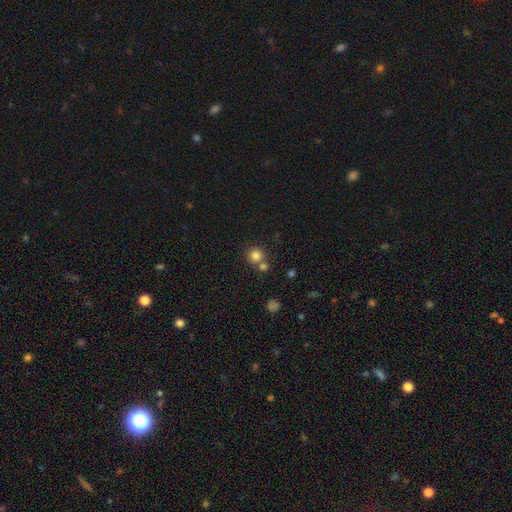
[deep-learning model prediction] Morphology: type=smooth (81%); roundness=round (92%); merging=none (63%).